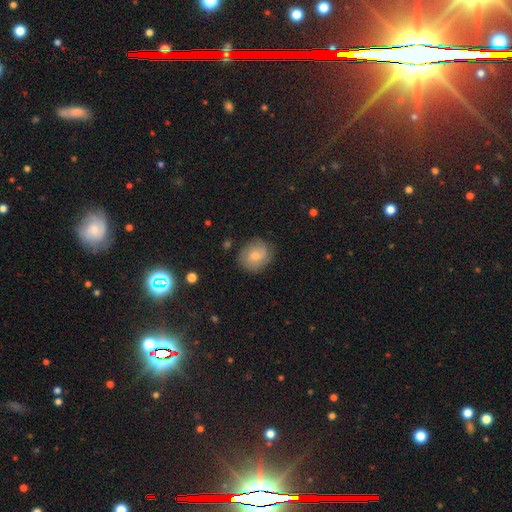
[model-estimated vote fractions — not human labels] Overall: smooth (56%; featured or disk 37%). How rounded: round (72%). Merging: none (75%).